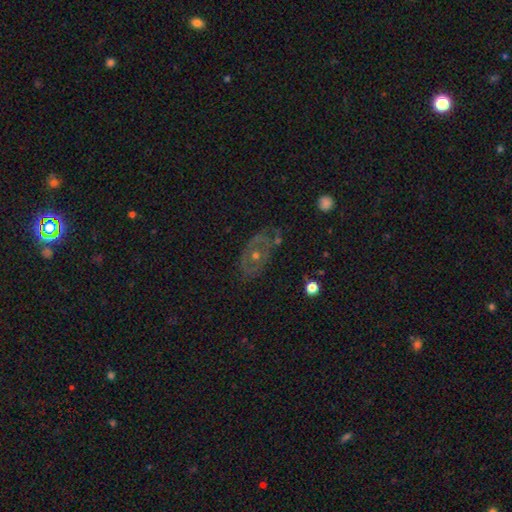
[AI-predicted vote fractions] smooth-or-featured: featured or disk: 65% | smooth: 24% | star or artifact: 11%
  disk-edge-on: no: 92% | yes: 8%
    bar: no: 88% | weak: 9% | strong: 3%
    has-spiral-arms: no: 63% | yes: 37%
    bulge-size: moderate: 57% | small: 37% | large: 3% | none: 2% | dominant: 1%
  merging: none: 65% | minor disturbance: 22% | major disturbance: 10% | merger: 4%